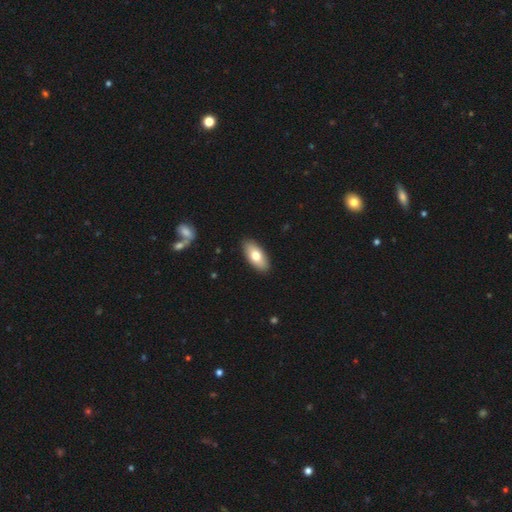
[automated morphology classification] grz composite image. It shows a smooth galaxy with no disk features (73%) that is in between round and cigar-shaped (89%). Merging: none (90%).